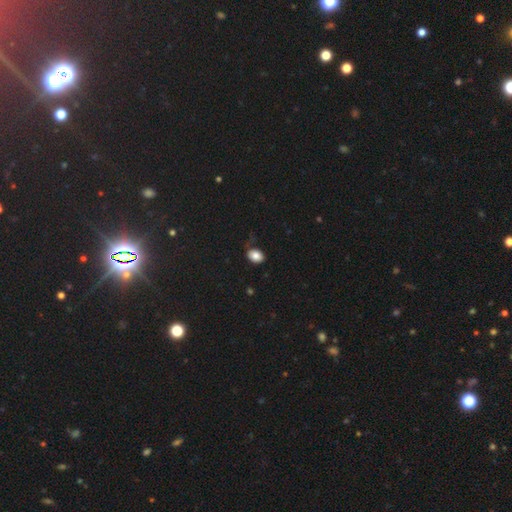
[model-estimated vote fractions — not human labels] Q: Smooth or featured?
A: smooth (84%); runner-up: star or artifact (9%)
Q: How rounded?
A: in between (71%); runner-up: round (28%)
Q: Merging?
A: none (72%); runner-up: minor disturbance (20%)